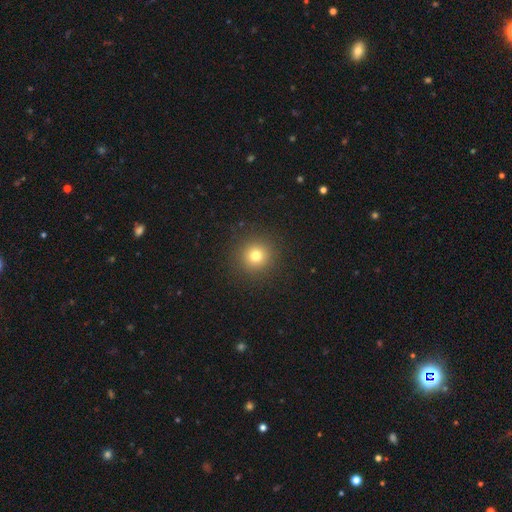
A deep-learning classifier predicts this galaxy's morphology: Smooth or featured? smooth (76%)
How rounded? round (95%)
Merging? none (91%)